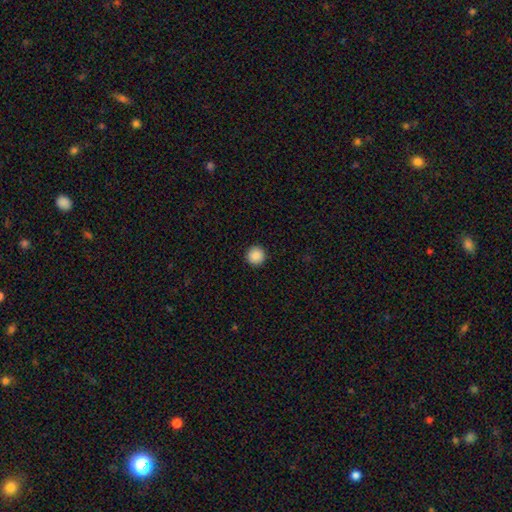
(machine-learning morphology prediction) Overall: smooth (89%). How rounded: round (96%). Merging: none (94%).